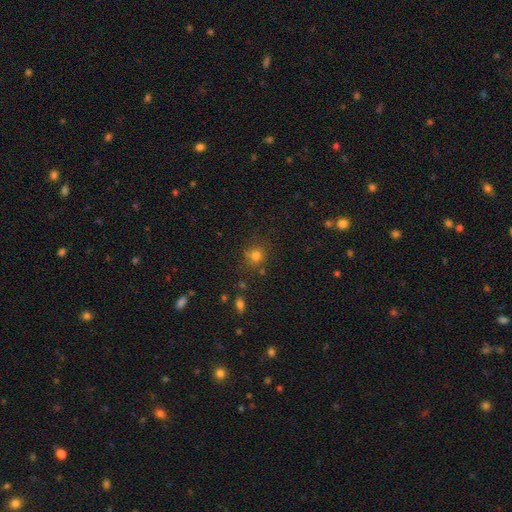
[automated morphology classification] Smooth or featured? Predicted: smooth (p=0.76). How rounded? Predicted: round (p=0.85). Merging? Predicted: none (p=0.75).